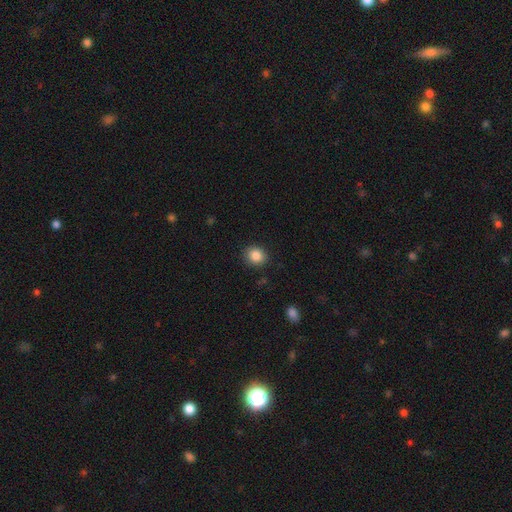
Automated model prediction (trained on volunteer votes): Morphology: type=smooth (86%); roundness=round (74%); merging=none (88%).